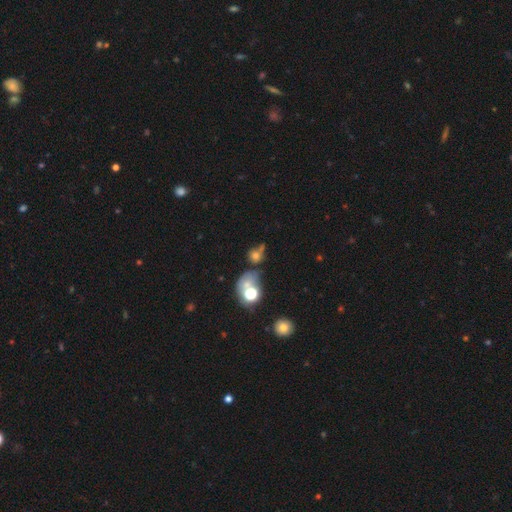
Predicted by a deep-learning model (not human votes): Q: Smooth or featured?
A: smooth (58%); runner-up: star or artifact (22%)
Q: How rounded?
A: round (59%); runner-up: in between (39%)
Q: Merging?
A: none (33%); runner-up: merger (31%)